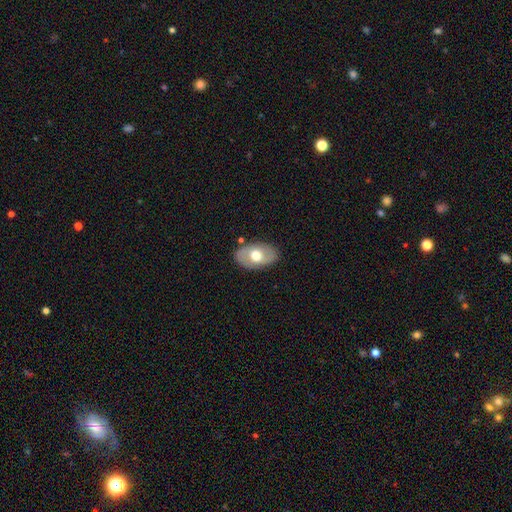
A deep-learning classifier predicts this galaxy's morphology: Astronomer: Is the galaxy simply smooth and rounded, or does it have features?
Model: smooth — 51% (runner-up: featured or disk, 43%).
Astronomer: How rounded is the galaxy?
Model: in between — 90%.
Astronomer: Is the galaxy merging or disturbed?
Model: none — 83%.